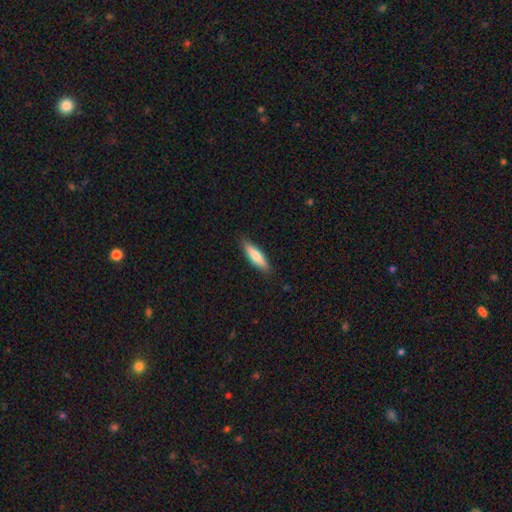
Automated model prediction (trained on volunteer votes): Smooth or featured: smooth — 74% (featured or disk — 20%)
How rounded: cigar-shaped — 64% (in between — 34%)
Merging: none — 87% (minor disturbance — 10%)